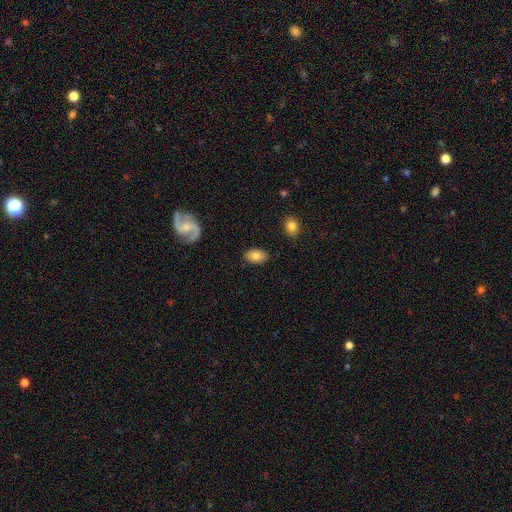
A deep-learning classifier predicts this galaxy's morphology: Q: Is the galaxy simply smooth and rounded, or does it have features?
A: smooth — 79%.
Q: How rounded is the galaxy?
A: in between — 91%.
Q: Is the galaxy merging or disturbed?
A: none — 86%.